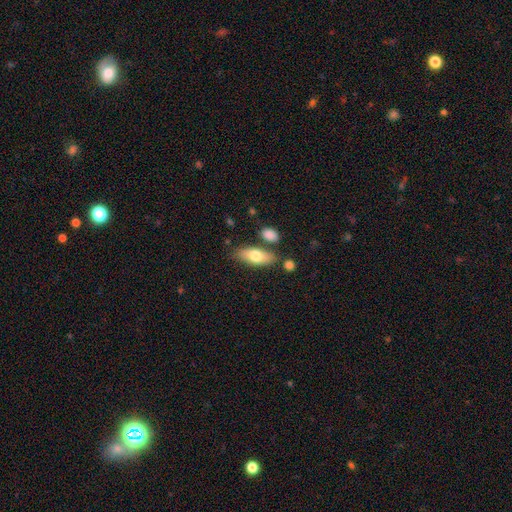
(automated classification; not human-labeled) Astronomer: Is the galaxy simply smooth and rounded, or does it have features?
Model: smooth — 73%.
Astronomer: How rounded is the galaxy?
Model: in between — 78%.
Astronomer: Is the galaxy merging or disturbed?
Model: none — 75%.